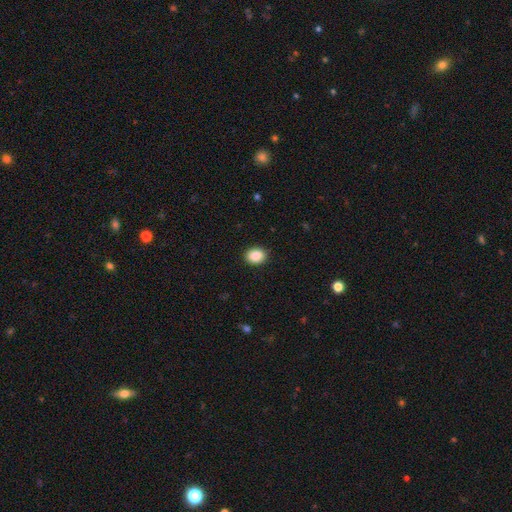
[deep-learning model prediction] Overall: smooth (88%). How rounded: in between (52%; round 47%). Merging: none (91%).